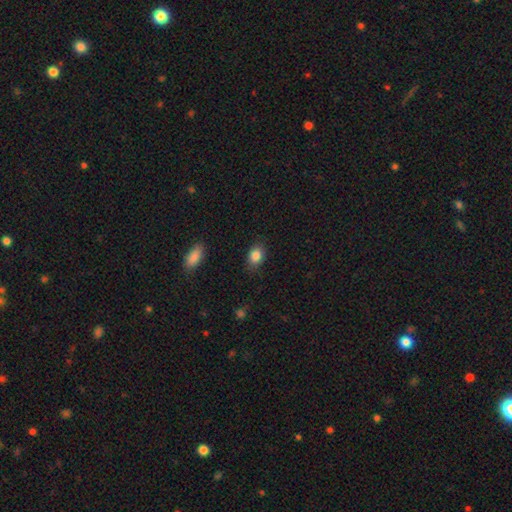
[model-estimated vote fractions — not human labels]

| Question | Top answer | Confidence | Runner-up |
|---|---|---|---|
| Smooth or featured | smooth | 86% | star or artifact (9%) |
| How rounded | in between | 72% | round (26%) |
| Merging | none | 83% | minor disturbance (13%) |